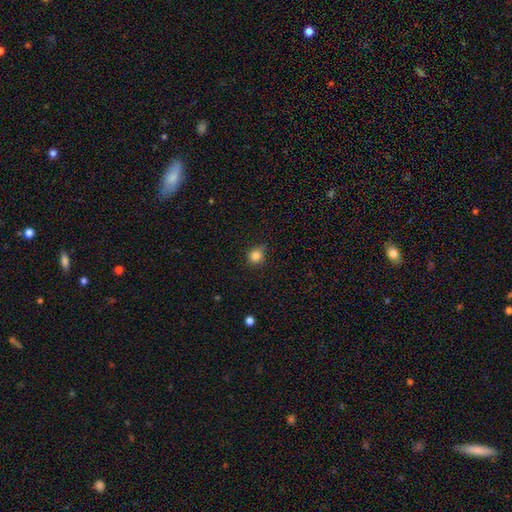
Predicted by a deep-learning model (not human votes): The model was most divided on "merging": none: 75%, minor disturbance: 20%, major disturbance: 4%, merger: 1%. More confident: smooth or featured — smooth (84%); how rounded — round (83%).